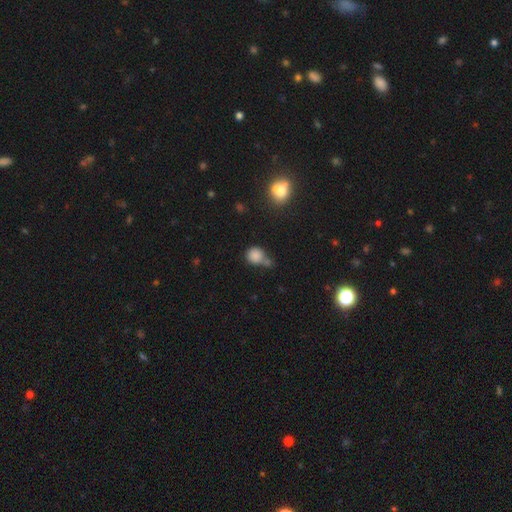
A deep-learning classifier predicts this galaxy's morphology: smooth_or_featured: smooth (p=0.83) [alt: star or artifact p=0.11]
how_rounded: round (p=0.83) [alt: in between p=0.15]
merging: none (p=0.48) [alt: merger p=0.29]